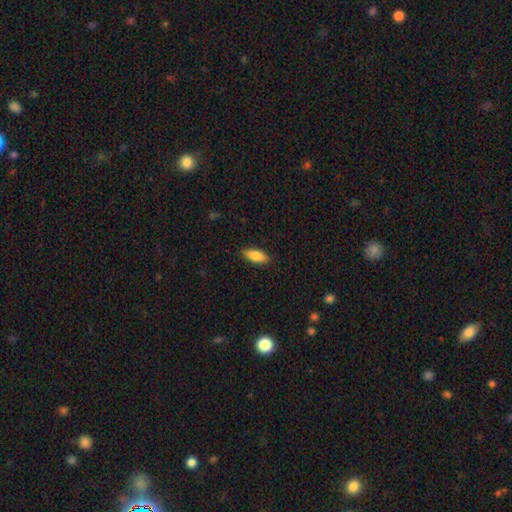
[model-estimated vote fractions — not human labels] A smooth galaxy with no disk features (85%) that is in between round and cigar-shaped (76%).

Vote fractions:
- Smooth or featured? smooth: 85% / featured or disk: 9% / star or artifact: 6%
- How rounded? in between: 76% / cigar-shaped: 21% / round: 2%
- Merging? none: 88% / minor disturbance: 9% / major disturbance: 2% / merger: 1%